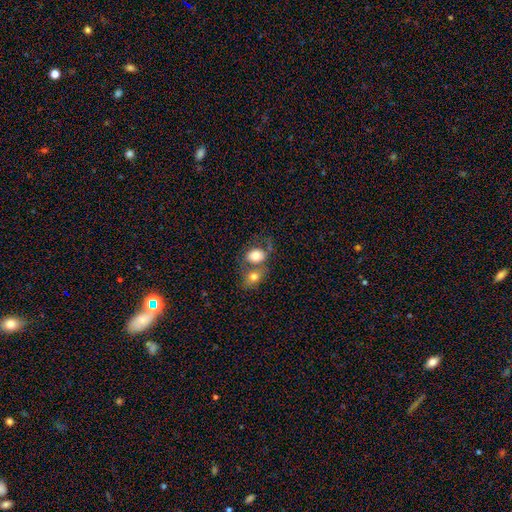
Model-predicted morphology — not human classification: A smooth galaxy with no disk features (76%) that is in between round and cigar-shaped (61%). Merging: merger (52%).